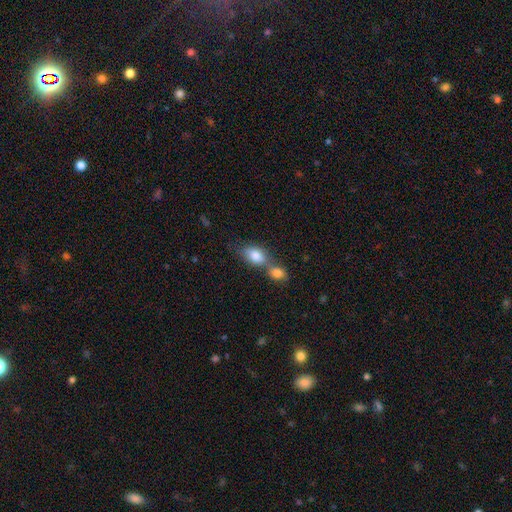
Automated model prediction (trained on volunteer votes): This is clearly a smooth galaxy (81%). How rounded: clearly in between (81%). Merging: possibly merger (58%).